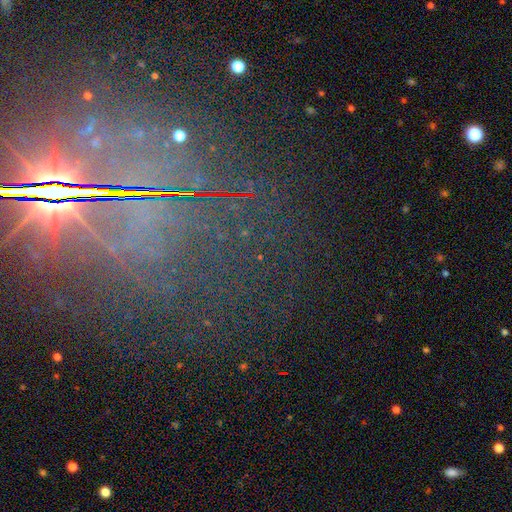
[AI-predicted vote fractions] The model was most divided on "smooth or featured": star or artifact: 71%, featured or disk: 17%, smooth: 12%.